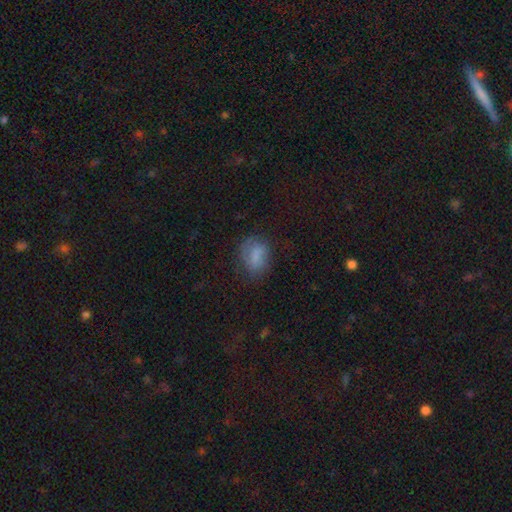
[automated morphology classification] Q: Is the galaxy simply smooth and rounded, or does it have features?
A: smooth — 71%.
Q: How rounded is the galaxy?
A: in between — 65%.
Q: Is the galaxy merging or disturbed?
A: none — 62%.